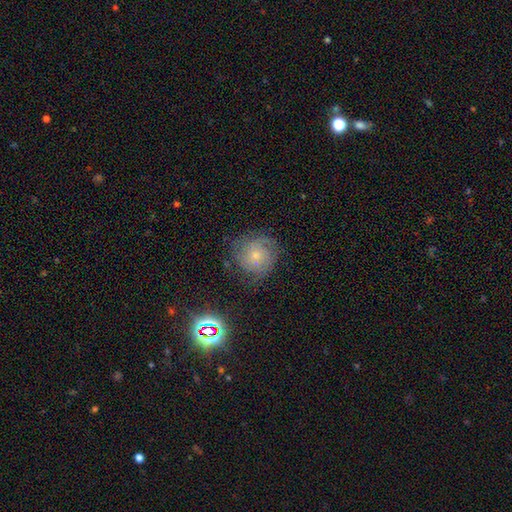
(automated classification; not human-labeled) smooth_or_featured: featured or disk (p=0.53) [alt: smooth p=0.34]
disk_edge_on: no (p=0.97) [alt: yes p=0.03]
bar: no (p=0.82) [alt: weak p=0.15]
has_spiral_arms: yes (p=0.82) [alt: no p=0.18]
bulge_size: small (p=0.65) [alt: moderate p=0.29]
merging: none (p=0.67) [alt: minor disturbance p=0.20]